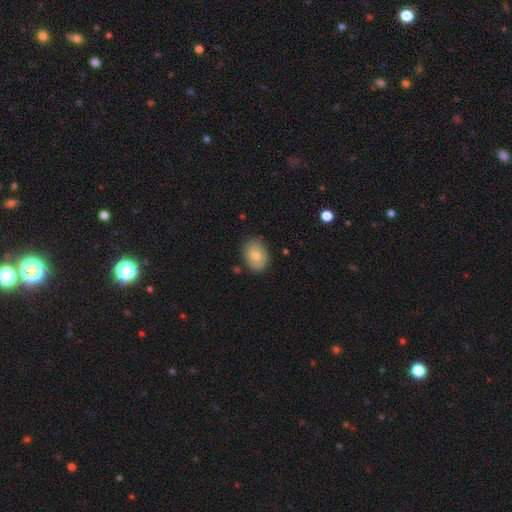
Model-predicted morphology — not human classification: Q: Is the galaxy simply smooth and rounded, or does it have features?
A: smooth — 72%.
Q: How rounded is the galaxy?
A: in between — 60%.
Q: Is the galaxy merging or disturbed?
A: none — 73%.